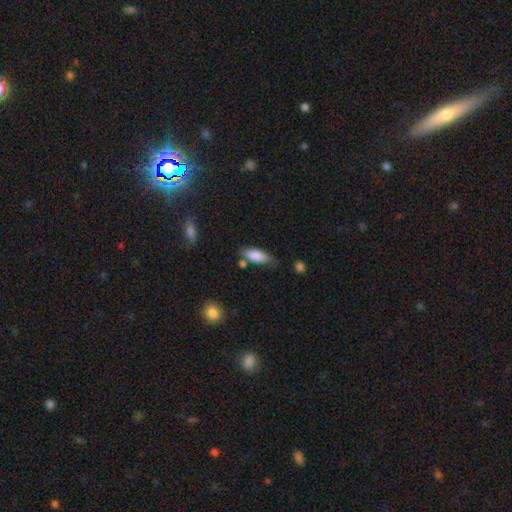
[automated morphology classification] Overall: smooth (84%). How rounded: in between (79%). Merging: none (64%).